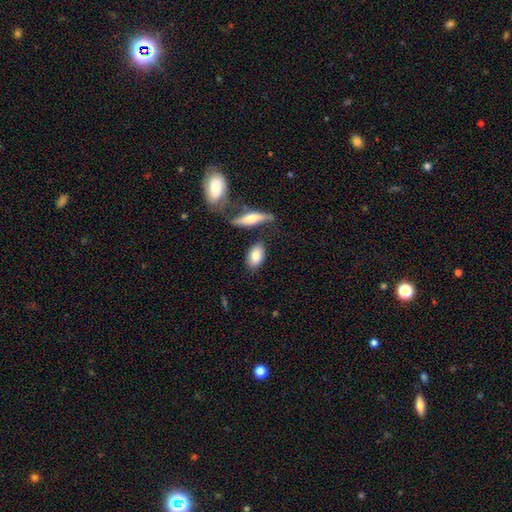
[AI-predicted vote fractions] Q: Smooth or featured?
A: smooth (81%); runner-up: featured or disk (13%)
Q: How rounded?
A: in between (89%); runner-up: round (7%)
Q: Merging?
A: none (76%); runner-up: minor disturbance (12%)